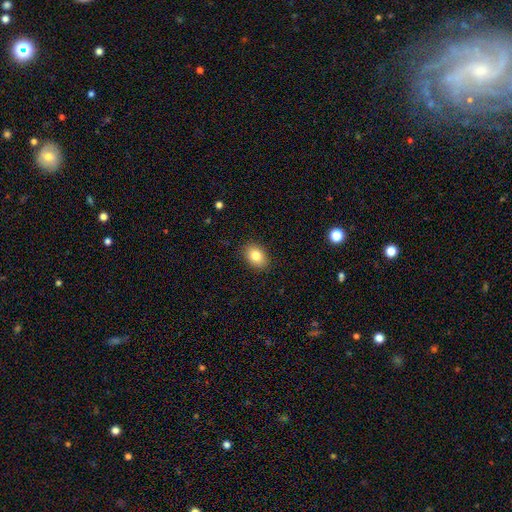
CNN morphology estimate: The model was most divided on "how rounded": in between: 77%, round: 22%, cigar-shaped: 1%. More confident: merging — none (88%); smooth or featured — smooth (83%).